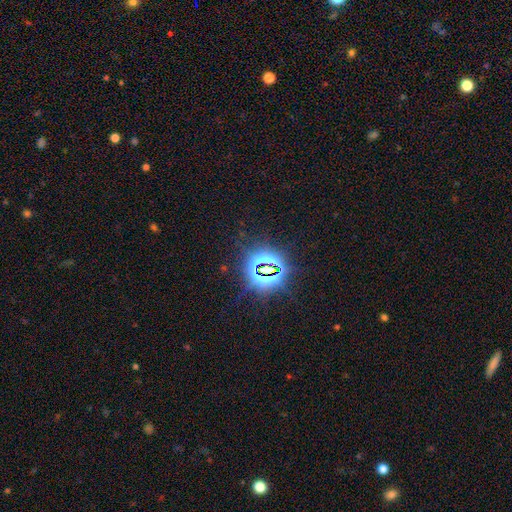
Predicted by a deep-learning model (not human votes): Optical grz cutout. It shows a star or artifact, not a galaxy (83%).